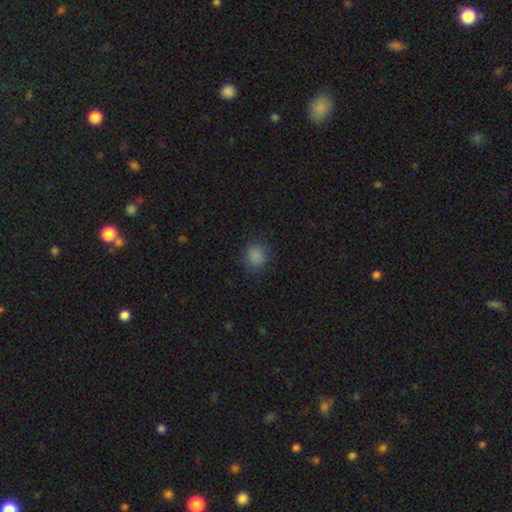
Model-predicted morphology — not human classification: Smooth or featured? Predicted: smooth (p=0.84). How rounded? Predicted: round (p=0.80). Merging? Predicted: none (p=0.84).